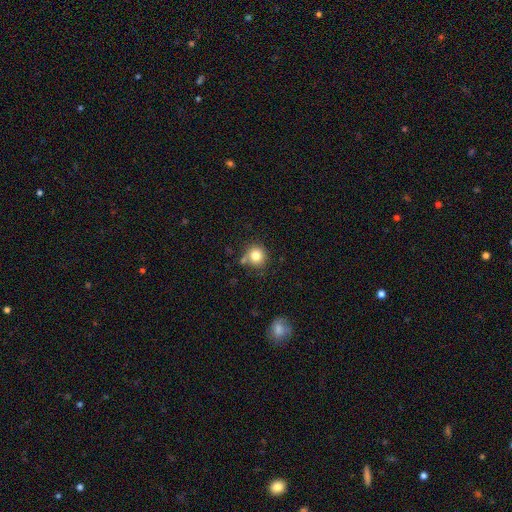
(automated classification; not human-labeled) Smooth or featured: smooth — 82% (star or artifact — 11%)
How rounded: round — 89% (in between — 10%)
Merging: none — 70% (minor disturbance — 14%)